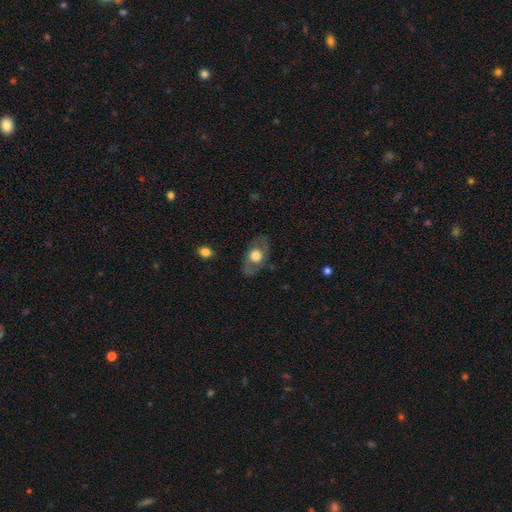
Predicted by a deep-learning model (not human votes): smooth_or_featured: featured or disk (p=0.49) [alt: smooth p=0.45]
merging: none (p=0.77) [alt: minor disturbance p=0.15]